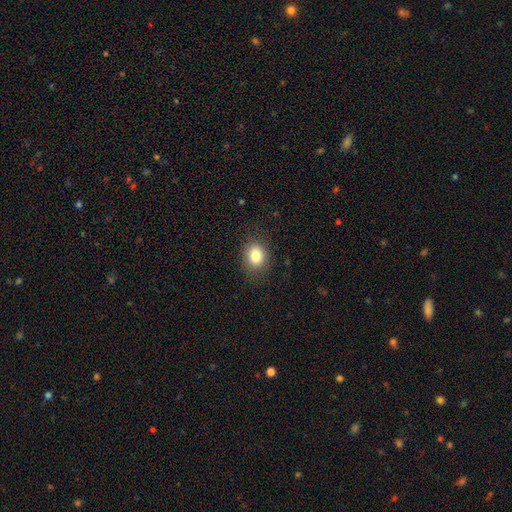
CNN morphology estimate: type=smooth (82%); roundness=round (50%); merging=none (84%).